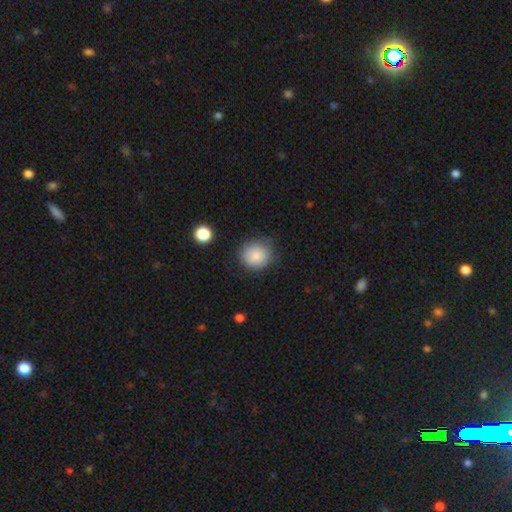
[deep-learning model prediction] Morphology: type=smooth (86%); roundness=round (85%); merging=none (76%).